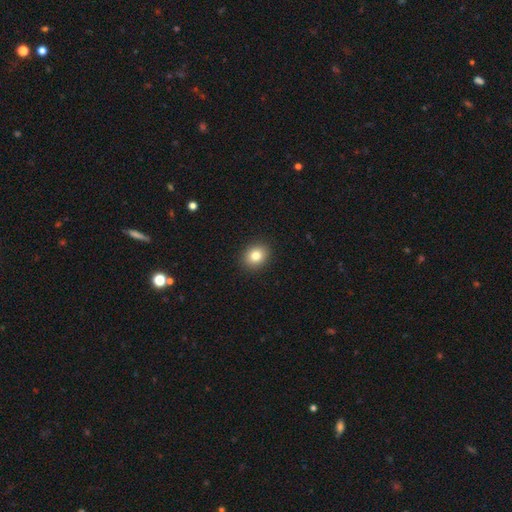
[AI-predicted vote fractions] A smooth galaxy with no disk features (83%) that is round (56%).

Vote fractions:
- Smooth or featured? smooth: 83% / star or artifact: 10% / featured or disk: 7%
- How rounded? round: 56% / in between: 43% / cigar-shaped: 1%
- Merging? none: 91% / minor disturbance: 6% / major disturbance: 2% / merger: 1%